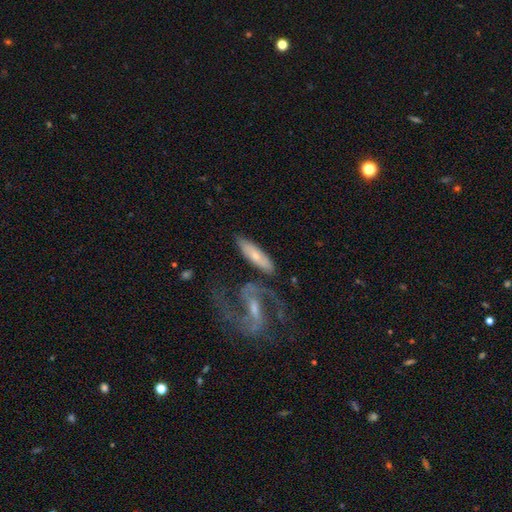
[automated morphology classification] smooth-or-featured: smooth: 47% | featured or disk: 46% | star or artifact: 6%
  merging: none: 61% | merger: 16% | minor disturbance: 15% | major disturbance: 8%